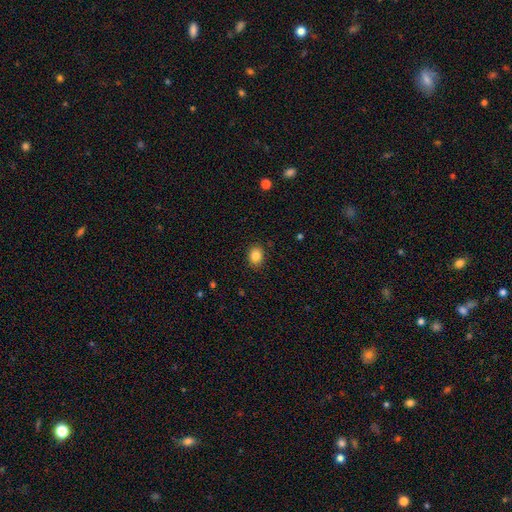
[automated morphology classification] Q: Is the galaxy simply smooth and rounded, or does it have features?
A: smooth — 85%.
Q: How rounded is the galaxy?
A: round — 52%.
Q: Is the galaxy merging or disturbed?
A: none — 89%.